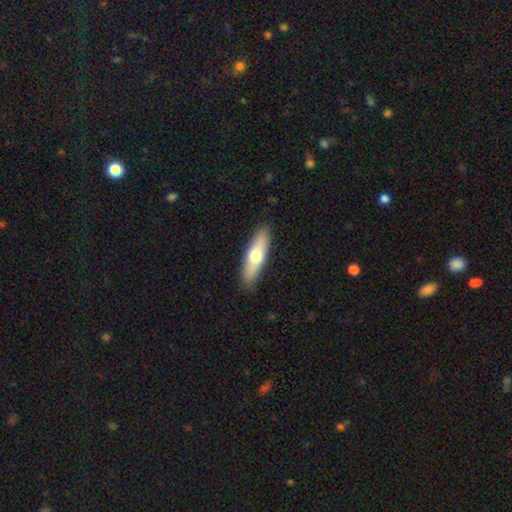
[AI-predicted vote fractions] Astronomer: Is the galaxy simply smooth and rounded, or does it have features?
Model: smooth — 60% (runner-up: featured or disk, 35%).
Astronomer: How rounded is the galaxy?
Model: cigar-shaped — 58% (runner-up: in between, 40%).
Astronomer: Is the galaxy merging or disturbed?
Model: none — 89%.